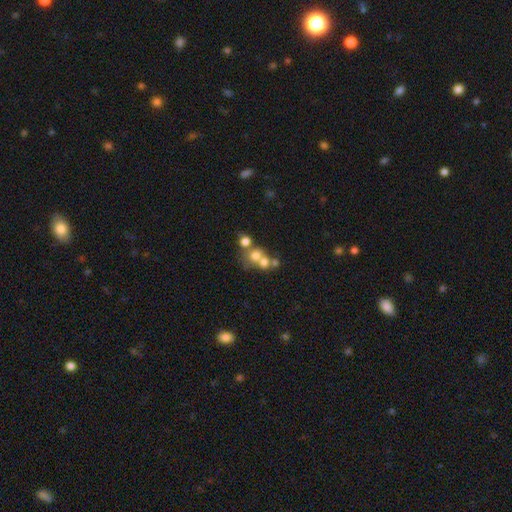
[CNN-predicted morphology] A smooth galaxy with no disk features (62%) that is round (78%).

Vote fractions:
- Smooth or featured? smooth: 62% / featured or disk: 22% / star or artifact: 16%
- How rounded? round: 78% / in between: 21% / cigar-shaped: 1%
- Merging? merger: 55% / none: 33% / minor disturbance: 7% / major disturbance: 5%